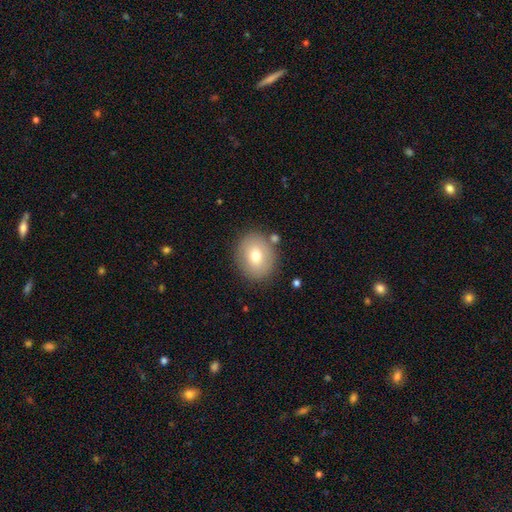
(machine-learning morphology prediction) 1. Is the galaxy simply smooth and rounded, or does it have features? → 71% smooth, 20% featured or disk, 9% star or artifact.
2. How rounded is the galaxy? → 69% round, 30% in between, 1% cigar-shaped.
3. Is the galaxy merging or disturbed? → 81% none, 11% minor disturbance, 5% merger, 3% major disturbance.